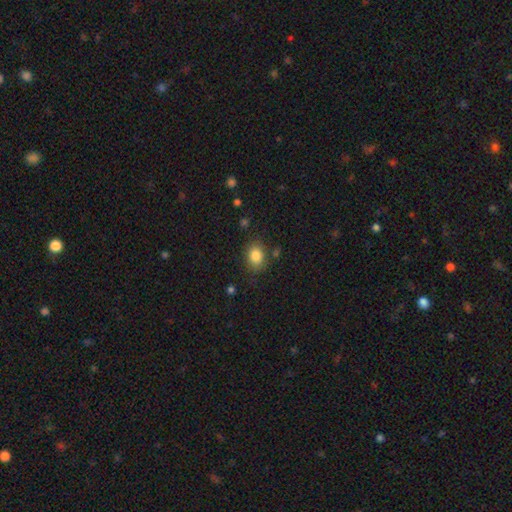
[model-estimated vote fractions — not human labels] smooth 84%, star or artifact 9%, featured or disk 6%. Down the decision tree: how rounded — in between (61%); merging — none (78%).